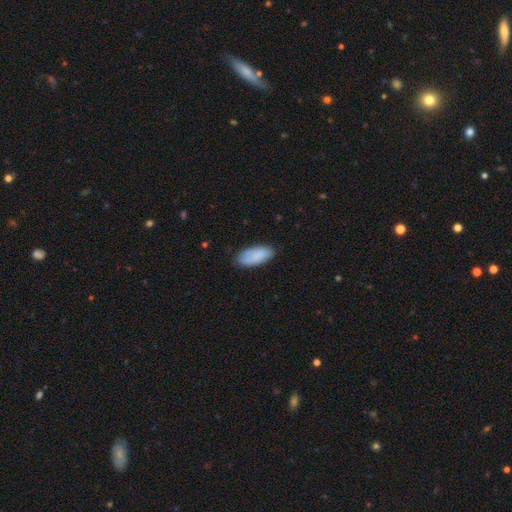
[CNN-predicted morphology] Overall: smooth (86%). How rounded: in between (86%). Merging: none (79%).